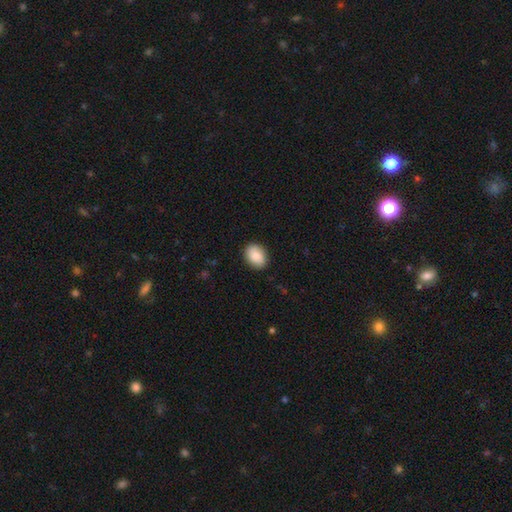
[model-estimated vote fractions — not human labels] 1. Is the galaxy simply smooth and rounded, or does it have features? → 87% smooth, 6% star or artifact, 6% featured or disk.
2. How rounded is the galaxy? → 72% in between, 27% round, 1% cigar-shaped.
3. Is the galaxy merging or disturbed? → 88% none, 9% minor disturbance, 2% major disturbance, 1% merger.